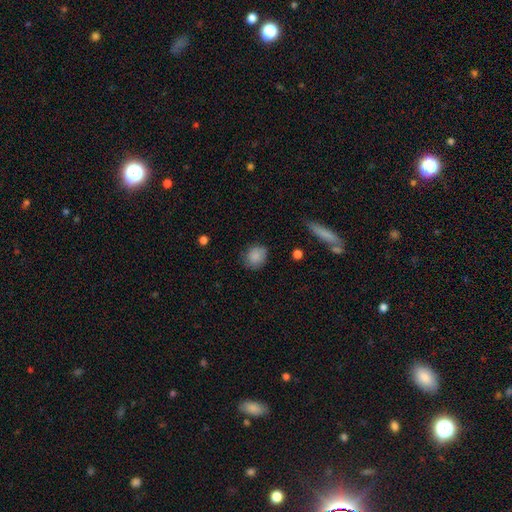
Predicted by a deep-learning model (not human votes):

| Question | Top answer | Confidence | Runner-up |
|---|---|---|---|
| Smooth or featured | smooth | 86% | star or artifact (9%) |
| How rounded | round | 72% | in between (26%) |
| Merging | none | 76% | minor disturbance (19%) |